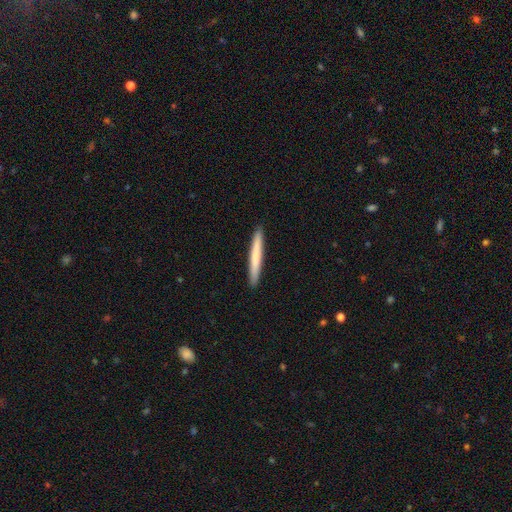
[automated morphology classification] Smooth or featured: smooth — 71% (featured or disk — 24%)
How rounded: cigar-shaped — 97% (in between — 2%)
Merging: none — 93% (minor disturbance — 5%)